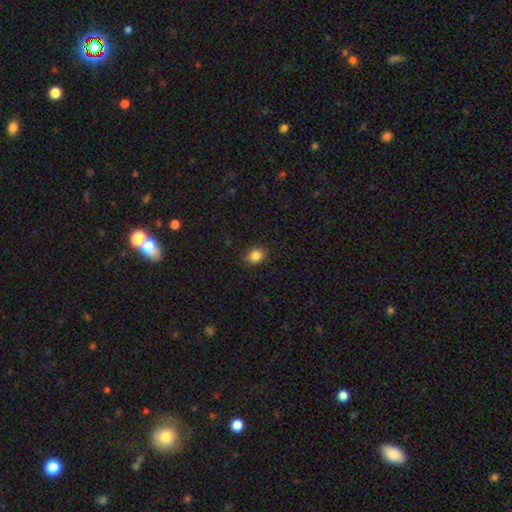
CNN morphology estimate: Smooth or featured? smooth (85%)
How rounded? round (60%)
Merging? none (86%)